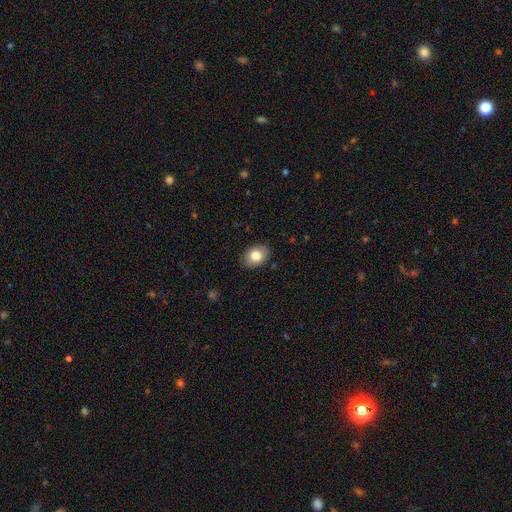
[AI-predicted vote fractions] smooth_or_featured: smooth (p=0.80) [alt: featured or disk p=0.13]
how_rounded: in between (p=0.82) [alt: round p=0.17]
merging: none (p=0.87) [alt: minor disturbance p=0.10]